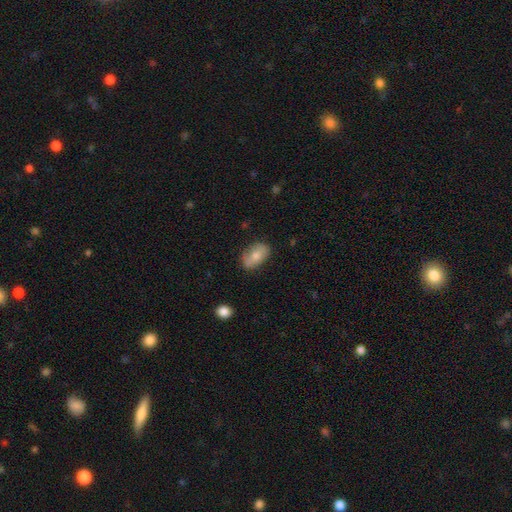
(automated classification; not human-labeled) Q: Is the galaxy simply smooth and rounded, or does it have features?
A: smooth — 72%.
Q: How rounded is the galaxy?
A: in between — 89%.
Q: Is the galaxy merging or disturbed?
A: none — 73%.